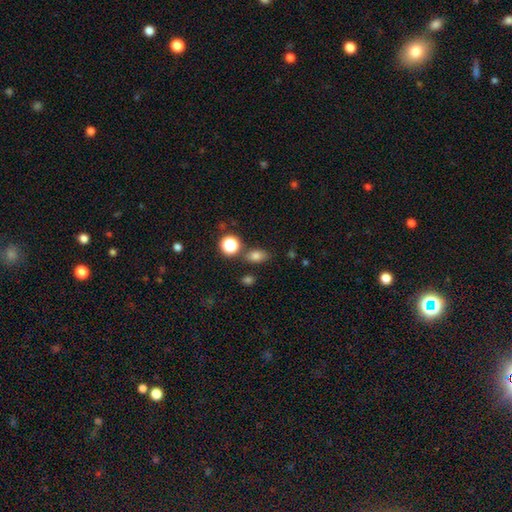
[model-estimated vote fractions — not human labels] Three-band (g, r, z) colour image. It shows a smooth galaxy with no disk features (76%) that is in between round and cigar-shaped (77%). Merging: none (77%).